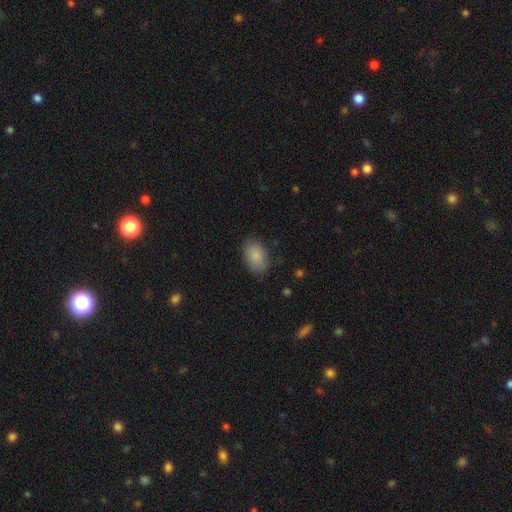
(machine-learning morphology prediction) smooth-or-featured: smooth: 88% | star or artifact: 7% | featured or disk: 6%
  how-rounded: in between: 92% | round: 7% | cigar-shaped: 1%
  merging: none: 84% | minor disturbance: 12% | major disturbance: 3% | merger: 1%